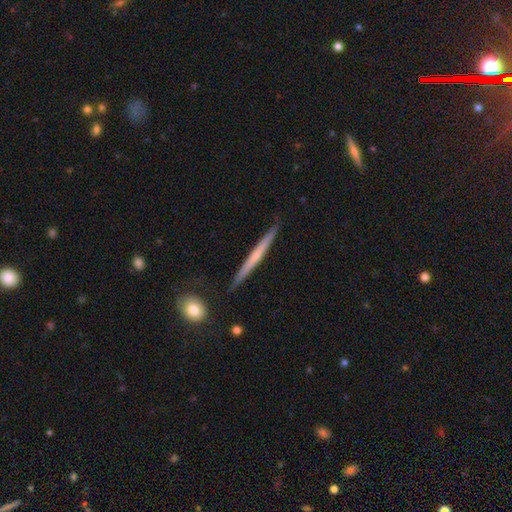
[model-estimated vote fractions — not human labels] Smooth or featured: featured or disk — 59% (smooth — 35%)
Edge-on disk: yes — 97% (no — 3%)
Edge-on bulge: none — 63% (rounded — 31%)
Merging: none — 89% (minor disturbance — 8%)